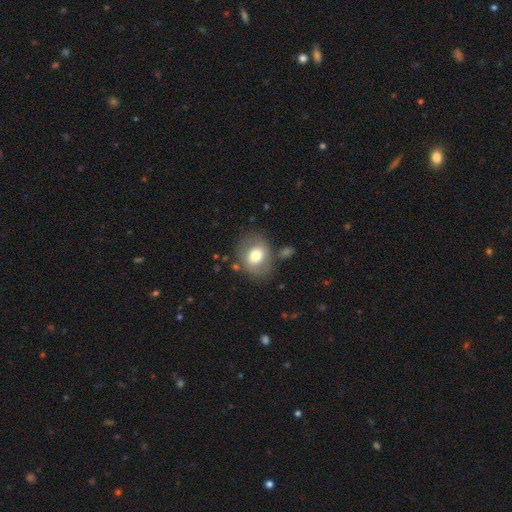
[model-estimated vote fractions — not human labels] A smooth galaxy with no disk features (61%) that is round (55%).

Vote fractions:
- Smooth or featured? smooth: 61% / featured or disk: 32% / star or artifact: 8%
- How rounded? round: 55% / in between: 44% / cigar-shaped: 1%
- Merging? none: 70% / minor disturbance: 17% / major disturbance: 8% / merger: 6%